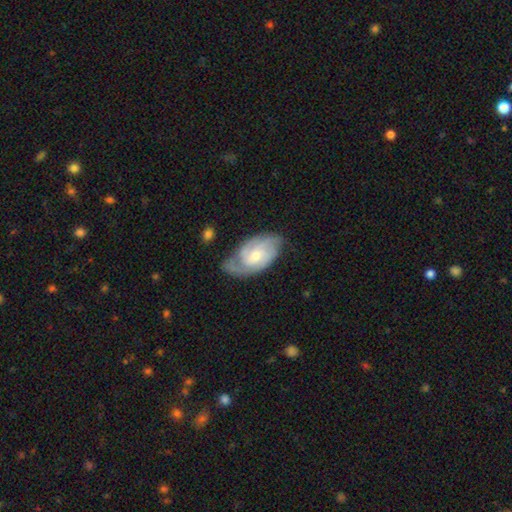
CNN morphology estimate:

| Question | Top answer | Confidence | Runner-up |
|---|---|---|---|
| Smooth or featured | featured or disk | 78% | smooth (16%) |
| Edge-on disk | no | 95% | yes (5%) |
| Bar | no | 62% | weak (32%) |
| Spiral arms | yes | 94% | no (6%) |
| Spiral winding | tight | 51% | medium (39%) |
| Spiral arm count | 2 | 42% | 3 (25%) |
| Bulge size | small | 54% | moderate (41%) |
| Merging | none | 66% | minor disturbance (24%) |